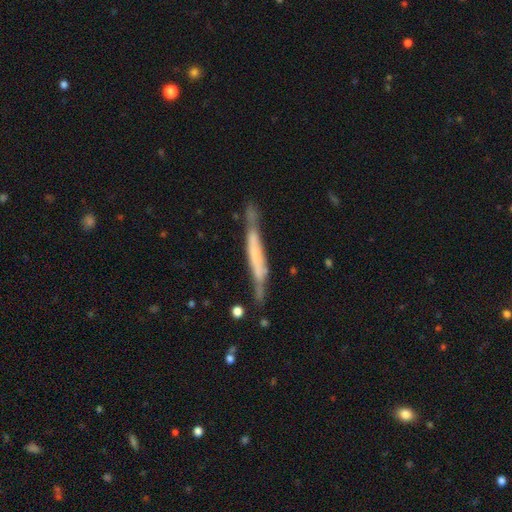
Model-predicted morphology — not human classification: Smooth or featured? Predicted: featured or disk (p=0.64). Edge-on disk? Predicted: yes (p=0.85). Edge-on bulge? Predicted: none (p=0.53). Merging? Predicted: none (p=0.62).